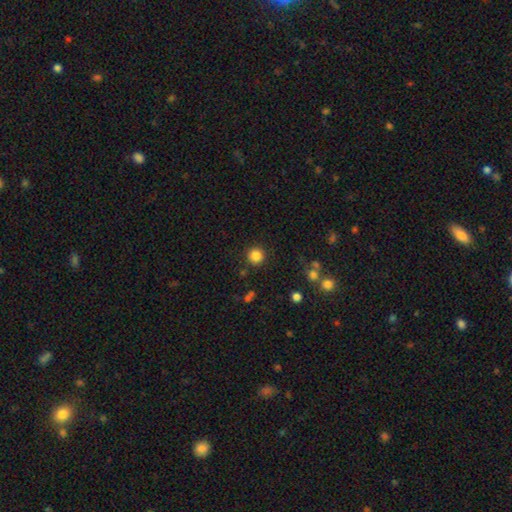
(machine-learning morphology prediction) smooth-or-featured: smooth: 85% | star or artifact: 11% | featured or disk: 4%
  how-rounded: round: 95% | in between: 4% | cigar-shaped: 1%
  merging: none: 89% | minor disturbance: 6% | major disturbance: 3% | merger: 2%